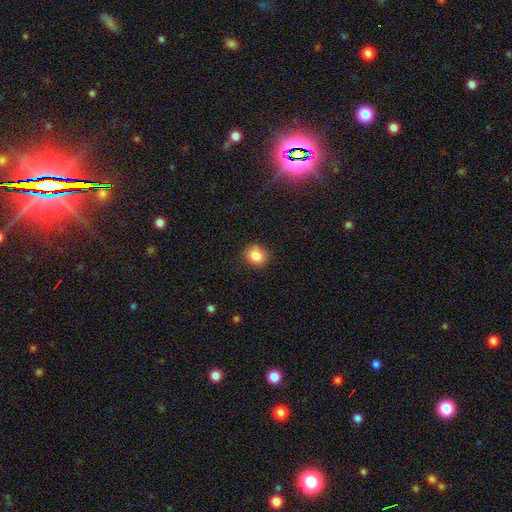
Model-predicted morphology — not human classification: A smooth galaxy with no disk features (85%) that is round (74%). Merging: none (86%).